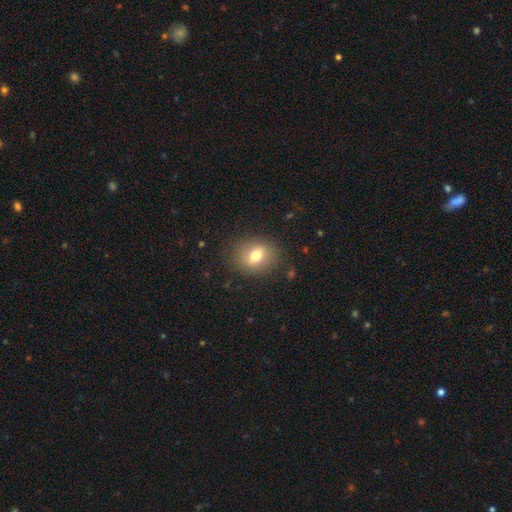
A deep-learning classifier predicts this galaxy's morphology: smooth-or-featured: smooth: 72% | featured or disk: 17% | star or artifact: 10%
  how-rounded: round: 49% (tied) | in between: 49% (tied) | cigar-shaped: 1%
  merging: none: 83% | minor disturbance: 11% | major disturbance: 4% | merger: 1%